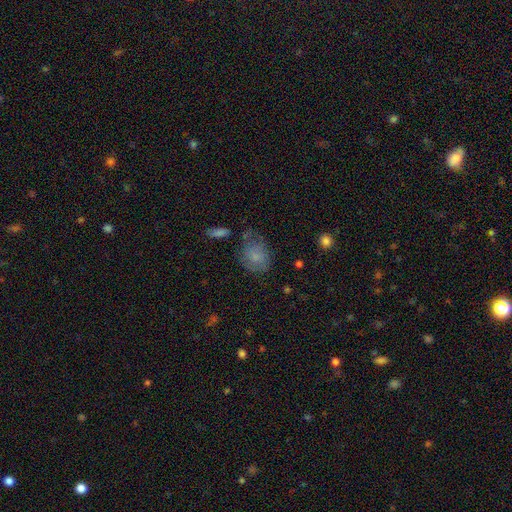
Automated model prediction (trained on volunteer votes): A smooth galaxy with no disk features (69%) that is in between round and cigar-shaped (55%).

Vote fractions:
- Smooth or featured? smooth: 69% / featured or disk: 22% / star or artifact: 9%
- How rounded? in between: 55% / round: 43% / cigar-shaped: 1%
- Merging? none: 54% / minor disturbance: 27% / major disturbance: 14% / merger: 5%